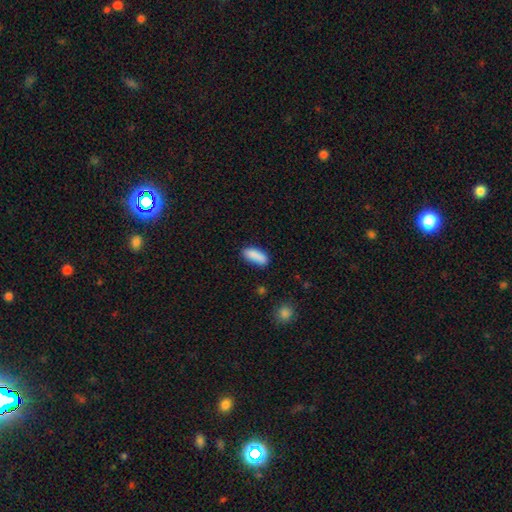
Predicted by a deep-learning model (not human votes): smooth 87%, star or artifact 7%, featured or disk 6%. Down the decision tree: how rounded — in between (72%); merging — none (75%).